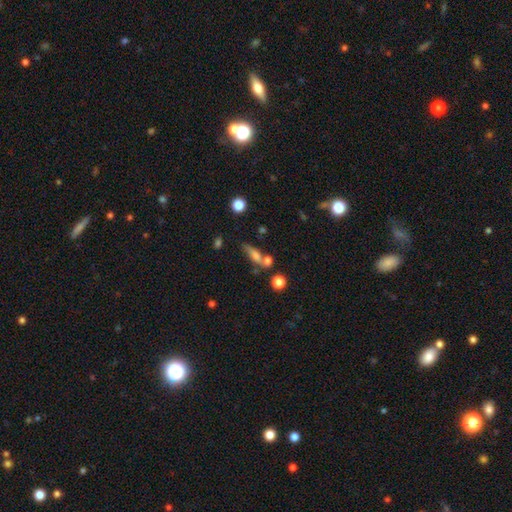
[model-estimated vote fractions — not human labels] This appears to be a smooth galaxy with no disk features (61%) that is cigar-shaped (50%). Merging: none (52%).